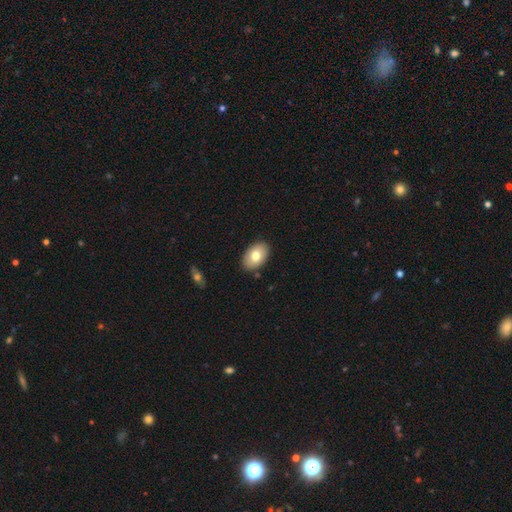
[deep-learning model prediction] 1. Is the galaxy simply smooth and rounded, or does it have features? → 76% smooth, 17% featured or disk, 7% star or artifact.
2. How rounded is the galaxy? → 89% in between, 10% round, 1% cigar-shaped.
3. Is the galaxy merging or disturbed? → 87% none, 9% minor disturbance, 2% major disturbance, 2% merger.